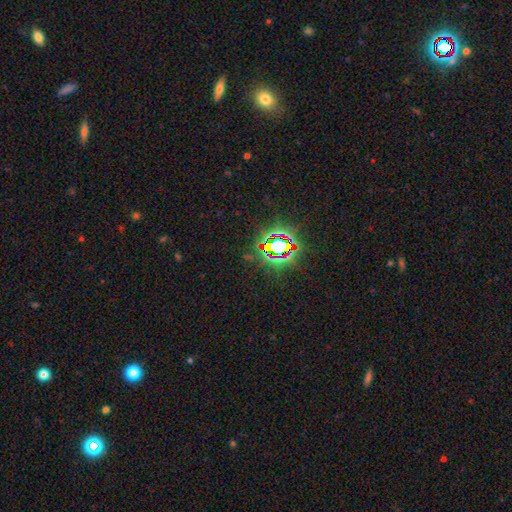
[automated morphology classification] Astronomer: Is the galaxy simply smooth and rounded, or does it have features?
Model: star or artifact — 80%.